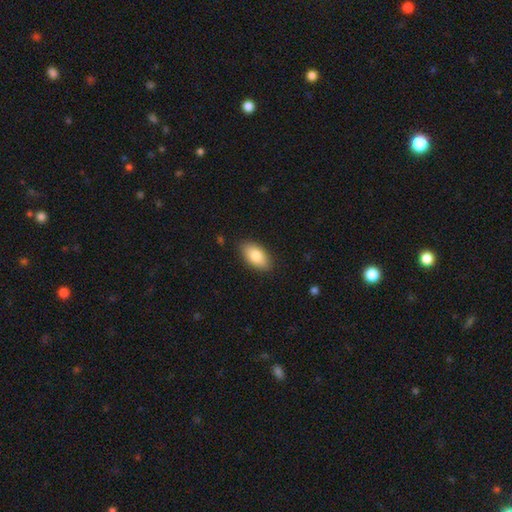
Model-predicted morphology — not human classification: The model was most divided on "smooth or featured": smooth: 84%, featured or disk: 10%, star or artifact: 6%. More confident: how rounded — in between (93%); merging — none (87%).